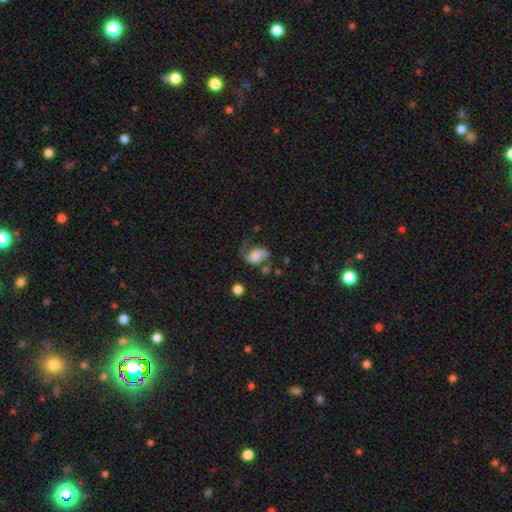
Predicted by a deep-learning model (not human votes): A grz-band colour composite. It shows a featured or disk galaxy (53%) with no bar (70%), spiral arms (86%) and no central bulge (30%). Merging: major disturbance (36%).